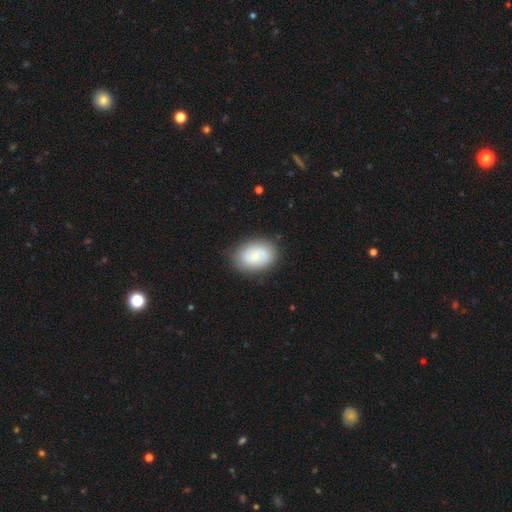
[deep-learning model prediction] smooth-or-featured: smooth: 69% | featured or disk: 24% | star or artifact: 7%
  how-rounded: in between: 77% | round: 21% | cigar-shaped: 1%
  merging: none: 80% | minor disturbance: 14% | major disturbance: 4% | merger: 2%